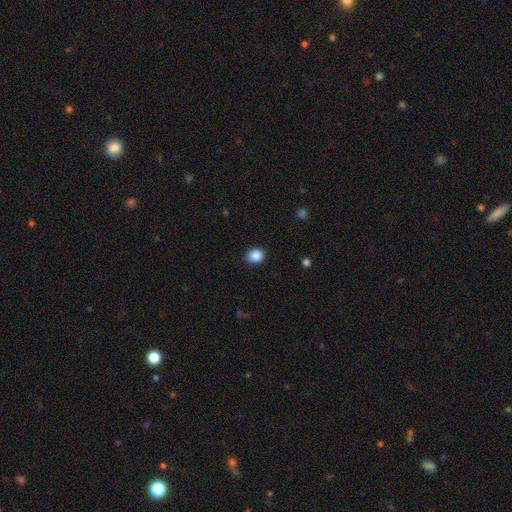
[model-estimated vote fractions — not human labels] This is clearly a smooth galaxy (87%). How rounded: likely round (64%). Merging: clearly none (87%).